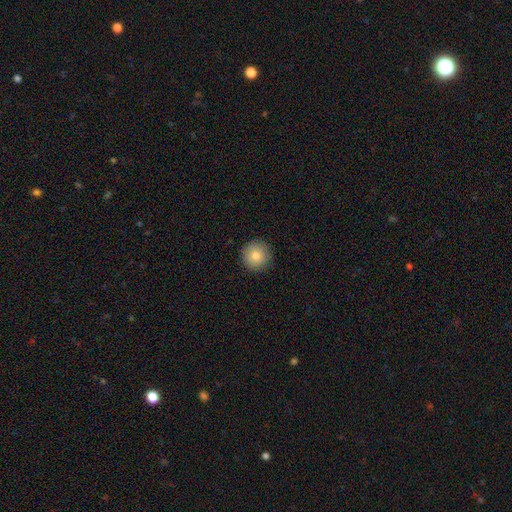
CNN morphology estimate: Smooth or featured? smooth (83%)
How rounded? round (96%)
Merging? none (91%)